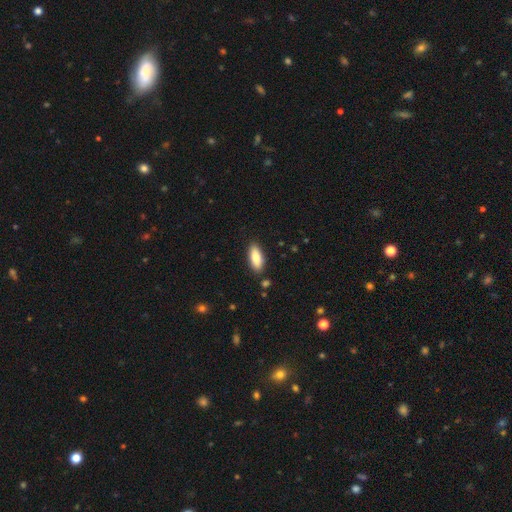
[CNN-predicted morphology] Smooth or featured? smooth (84%)
How rounded? in between (76%)
Merging? none (86%)